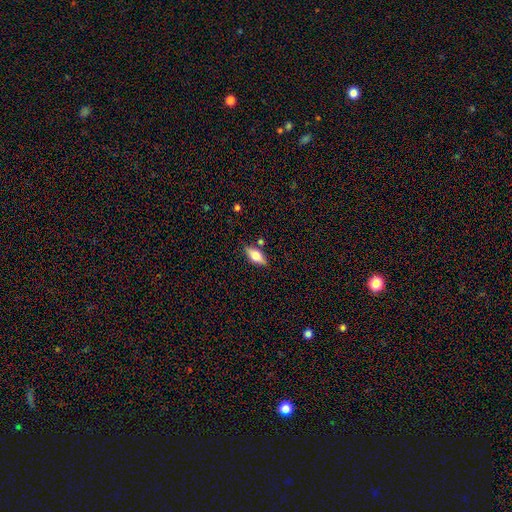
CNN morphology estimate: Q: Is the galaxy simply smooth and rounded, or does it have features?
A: smooth — 62%.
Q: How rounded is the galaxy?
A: in between — 79%.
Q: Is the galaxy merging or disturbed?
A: none — 80%.